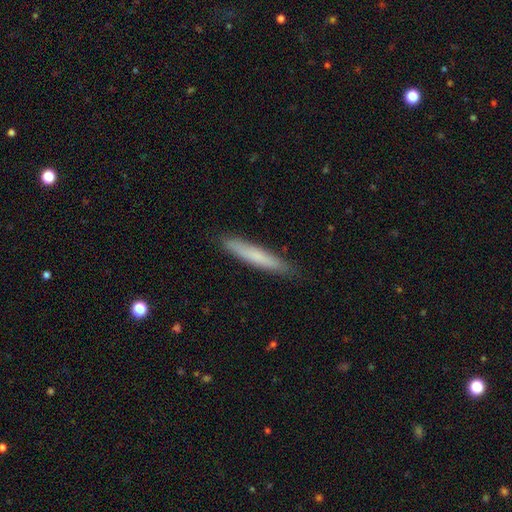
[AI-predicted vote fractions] Smooth or featured? Predicted: smooth (p=0.71). How rounded? Predicted: cigar-shaped (p=0.94). Merging? Predicted: none (p=0.87).